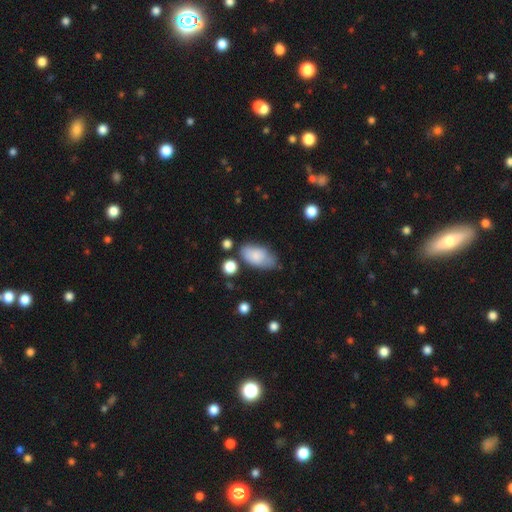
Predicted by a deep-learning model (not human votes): Smooth or featured?
  - smooth: 80% *
  - featured or disk: 13%
  - star or artifact: 7%
How rounded?
  - in between: 92% *
  - round: 4%
  - cigar-shaped: 3%
Merging?
  - none: 58% *
  - minor disturbance: 27%
  - major disturbance: 8%
  - merger: 7%